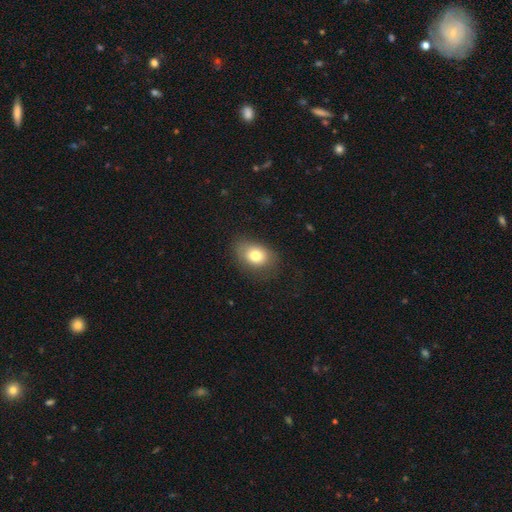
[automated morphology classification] Q: Smooth or featured?
A: smooth (78%); runner-up: featured or disk (13%)
Q: How rounded?
A: in between (73%); runner-up: round (26%)
Q: Merging?
A: none (75%); runner-up: minor disturbance (18%)